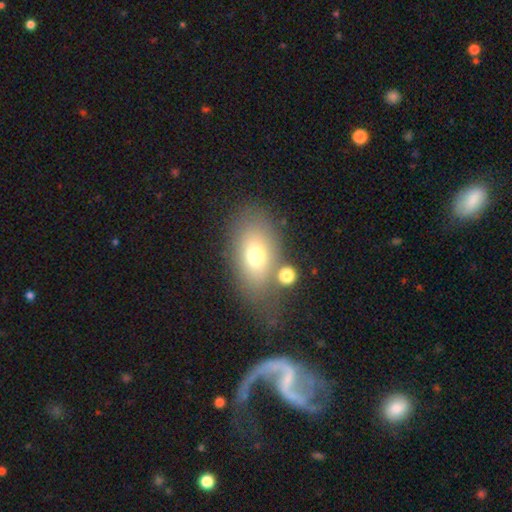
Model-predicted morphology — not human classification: smooth-or-featured: smooth: 71% | featured or disk: 18% | star or artifact: 12%
  how-rounded: in between: 82% | round: 15% | cigar-shaped: 2%
  merging: none: 63% | minor disturbance: 16% | merger: 11% | major disturbance: 10%